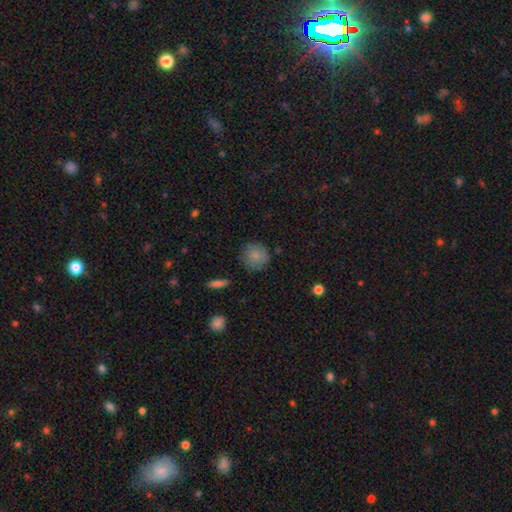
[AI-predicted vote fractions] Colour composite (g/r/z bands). It shows a smooth galaxy with no disk features (83%) that is round (90%). Merging: none (81%).